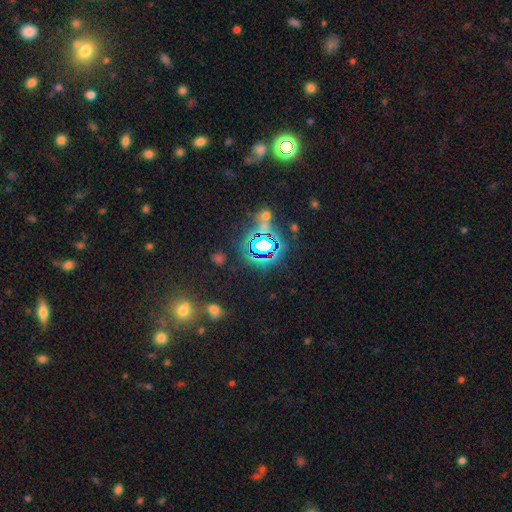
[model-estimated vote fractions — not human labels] Smooth or featured? star or artifact (77%)